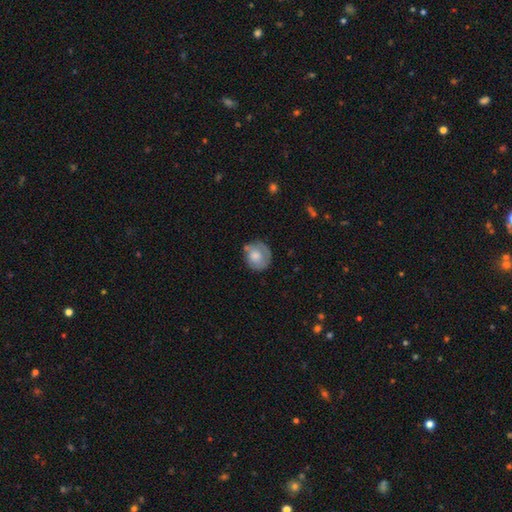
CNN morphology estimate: Smooth or featured?
  - smooth: 62% *
  - featured or disk: 32%
  - star or artifact: 7%
How rounded?
  - round: 81% *
  - in between: 19%
  - cigar-shaped: 1%
Merging?
  - none: 60% *
  - minor disturbance: 24%
  - major disturbance: 10%
  - merger: 5%